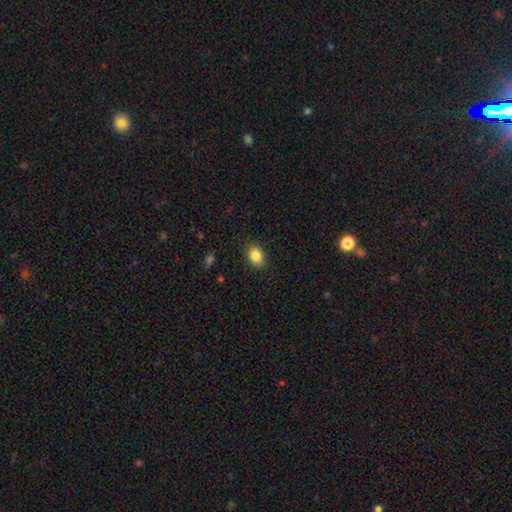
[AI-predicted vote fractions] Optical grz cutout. It shows a smooth galaxy with no disk features (86%) that is in between round and cigar-shaped (67%). Merging: none (88%).